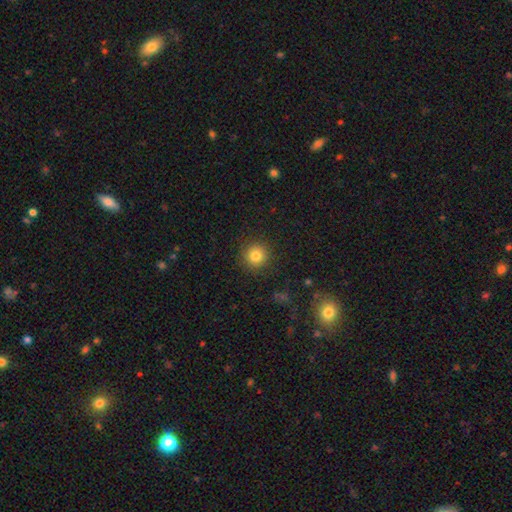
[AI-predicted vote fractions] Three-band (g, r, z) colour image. It shows a smooth galaxy with no disk features (81%) that is round (94%). Merging: none (90%).